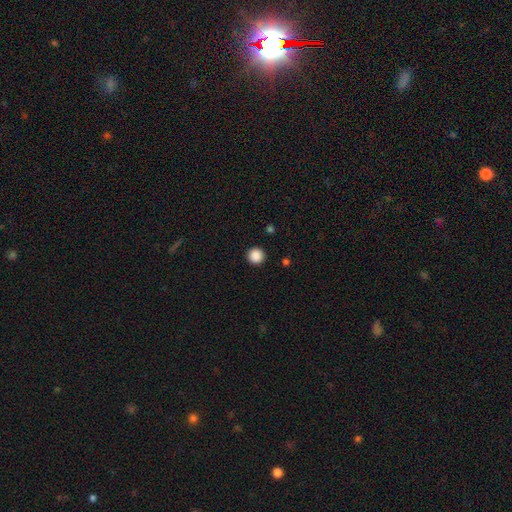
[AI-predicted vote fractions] The model was most divided on "smooth or featured": smooth: 88%, star or artifact: 10%, featured or disk: 2%. More confident: how rounded — round (96%); merging — none (93%).